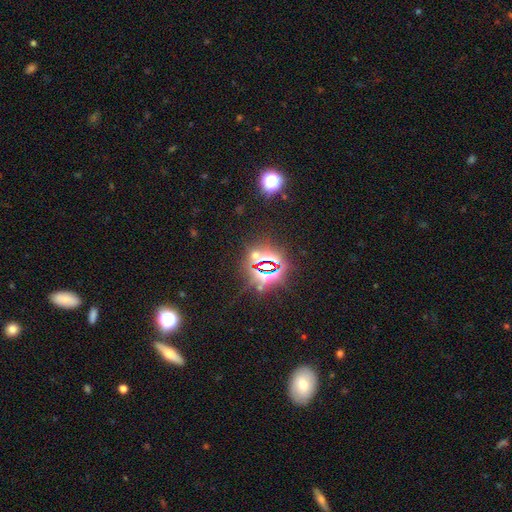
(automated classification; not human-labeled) A star or artifact, not a galaxy (78%).

Vote fractions:
- Smooth or featured? star or artifact: 78% / smooth: 14% / featured or disk: 8%